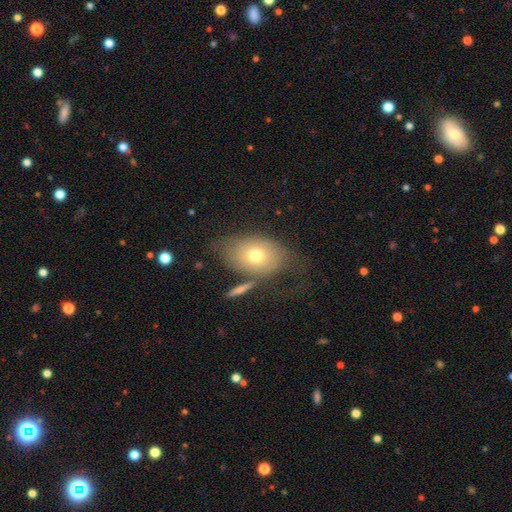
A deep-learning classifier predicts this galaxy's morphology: This is likely a smooth galaxy (65%). How rounded: likely in between (74%). Merging: possibly none (53%).